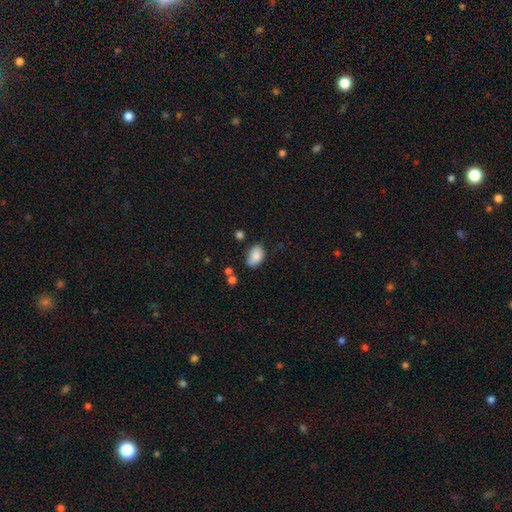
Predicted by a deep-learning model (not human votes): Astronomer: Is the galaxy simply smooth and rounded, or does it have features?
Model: smooth — 83%.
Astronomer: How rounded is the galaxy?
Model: in between — 88%.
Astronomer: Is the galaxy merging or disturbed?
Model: none — 65%.